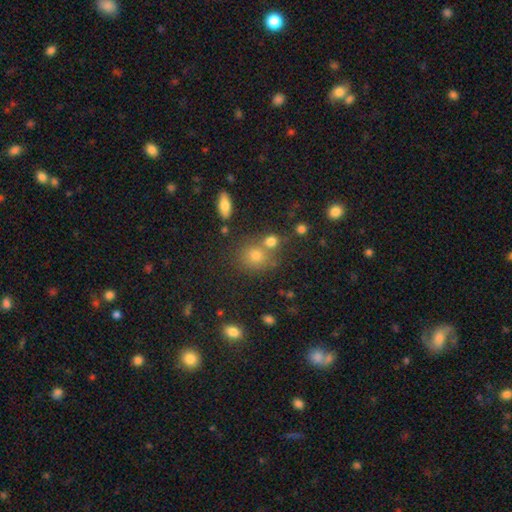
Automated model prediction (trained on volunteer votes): Morphology: type=smooth (72%); roundness=round (78%); merging=none (60%).